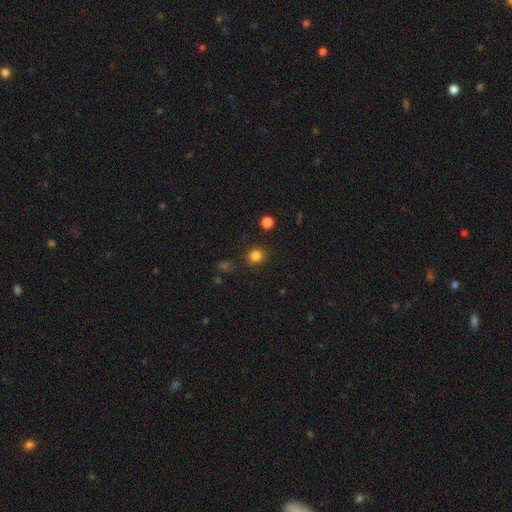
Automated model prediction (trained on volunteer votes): smooth 83%, star or artifact 13%, featured or disk 5%. Down the decision tree: how rounded — round (82%); merging — none (87%).